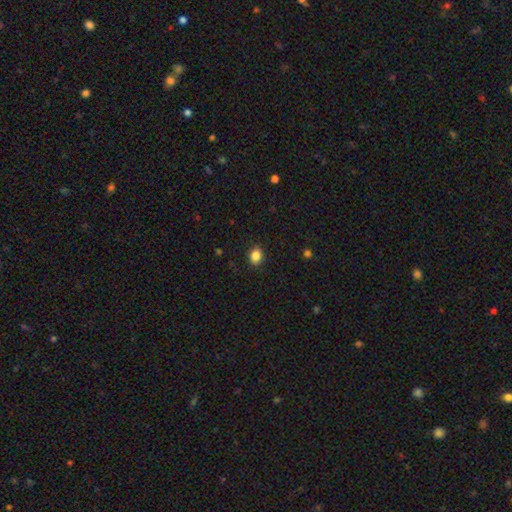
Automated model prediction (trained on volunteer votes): A smooth galaxy with no disk features (86%) that is in between round and cigar-shaped (61%).

Vote fractions:
- Smooth or featured? smooth: 86% / star or artifact: 9% / featured or disk: 4%
- How rounded? in between: 61% / round: 38% / cigar-shaped: 1%
- Merging? none: 89% / minor disturbance: 8% / major disturbance: 2% / merger: 1%